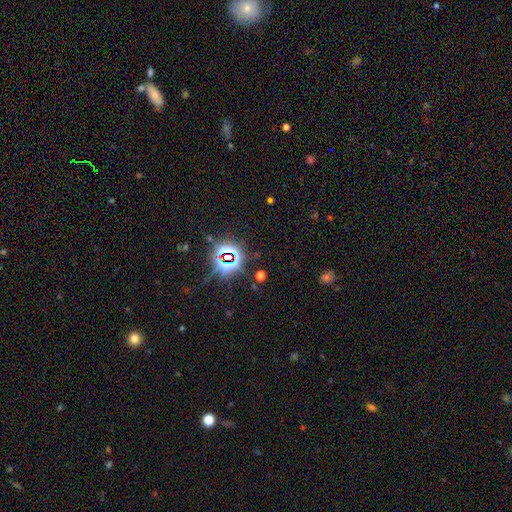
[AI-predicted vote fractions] smooth-or-featured: star or artifact: 80% | smooth: 14% | featured or disk: 7%